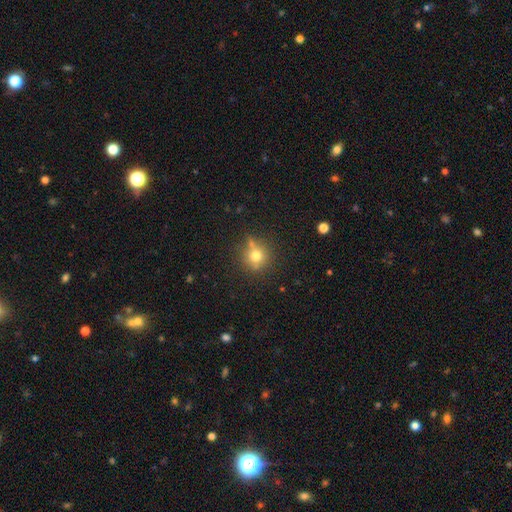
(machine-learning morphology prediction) smooth_or_featured: smooth (p=0.70) [alt: star or artifact p=0.17]
how_rounded: round (p=0.89) [alt: in between p=0.09]
merging: none (p=0.72) [alt: minor disturbance p=0.13]